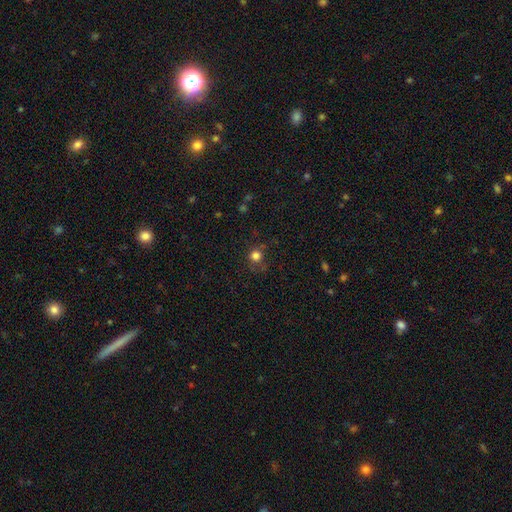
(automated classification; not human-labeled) Smooth or featured? Predicted: smooth (p=0.78). How rounded? Predicted: round (p=0.89). Merging? Predicted: none (p=0.72).